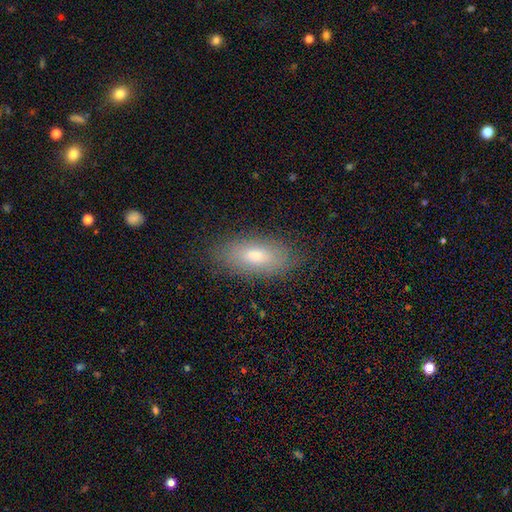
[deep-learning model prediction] A smooth galaxy with no disk features (72%) that is in between round and cigar-shaped (85%).

Vote fractions:
- Smooth or featured? smooth: 72% / featured or disk: 21% / star or artifact: 7%
- How rounded? in between: 85% / cigar-shaped: 12% / round: 3%
- Merging? none: 81% / minor disturbance: 14% / major disturbance: 4% / merger: 1%